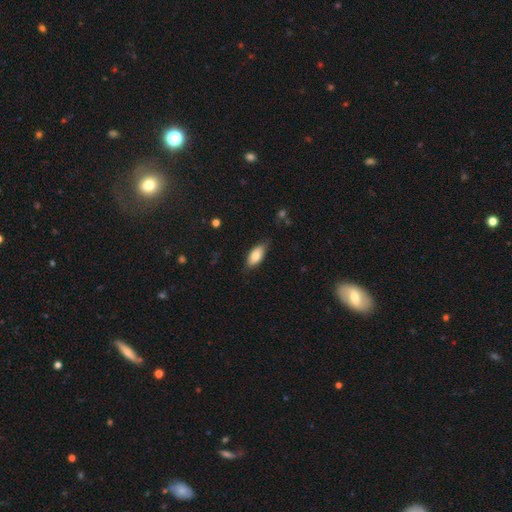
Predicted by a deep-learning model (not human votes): smooth 79%, featured or disk 15%, star or artifact 6%. Down the decision tree: how rounded — in between (87%); merging — none (78%).